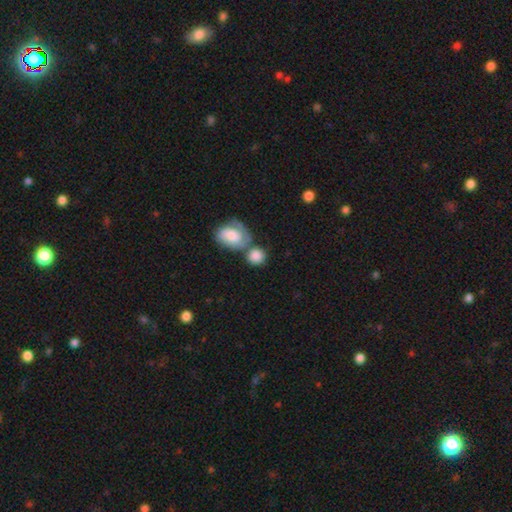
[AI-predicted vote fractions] Morphology: type=smooth (79%); roundness=round (78%); merging=none (46%).